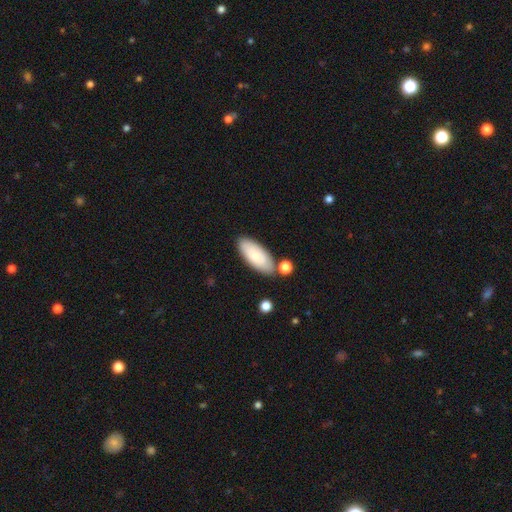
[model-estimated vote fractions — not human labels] smooth 79%, featured or disk 15%, star or artifact 6%. Down the decision tree: how rounded — in between (82%); merging — none (78%).